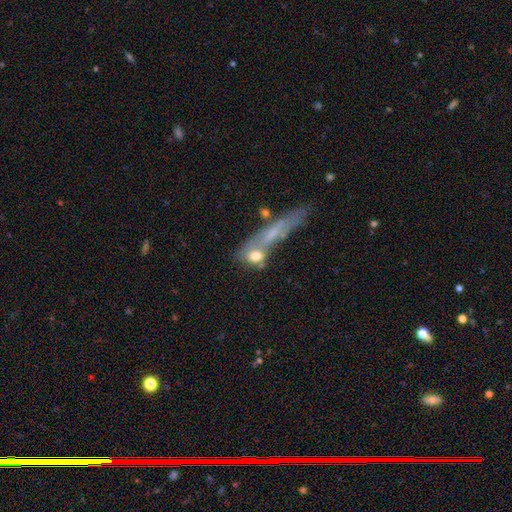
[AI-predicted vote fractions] smooth_or_featured: smooth (p=0.63) [alt: featured or disk p=0.26]
how_rounded: in between (p=0.41) [alt: round p=0.36]
merging: none (p=0.34) [alt: merger p=0.33]